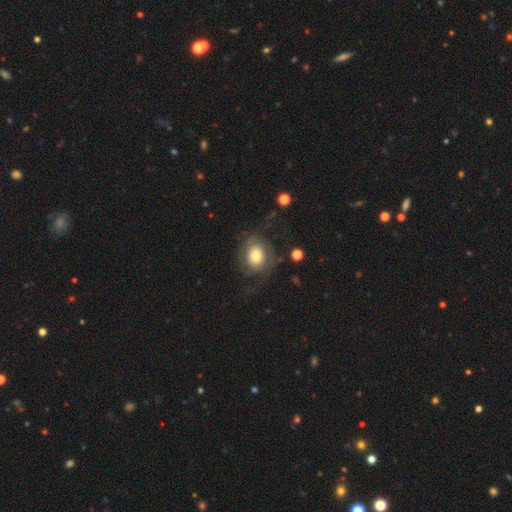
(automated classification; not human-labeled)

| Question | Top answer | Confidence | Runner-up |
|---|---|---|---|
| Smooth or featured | featured or disk | 50% | smooth (42%) |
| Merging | none | 53% | major disturbance (26%) |